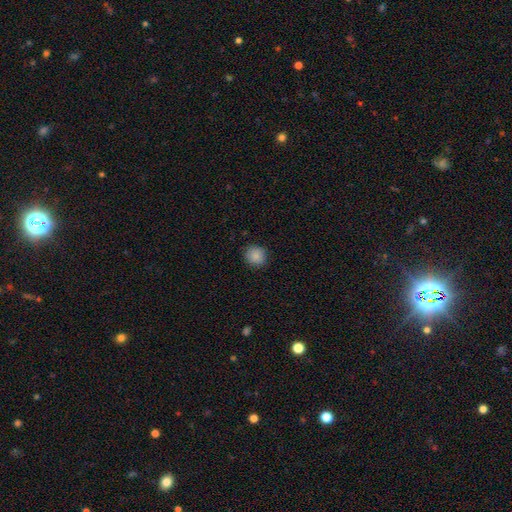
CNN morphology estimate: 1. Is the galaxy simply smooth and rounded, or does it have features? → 88% smooth, 9% star or artifact, 4% featured or disk.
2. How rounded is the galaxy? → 90% round, 9% in between, 1% cigar-shaped.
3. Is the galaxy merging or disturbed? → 89% none, 8% minor disturbance, 2% major disturbance, 1% merger.